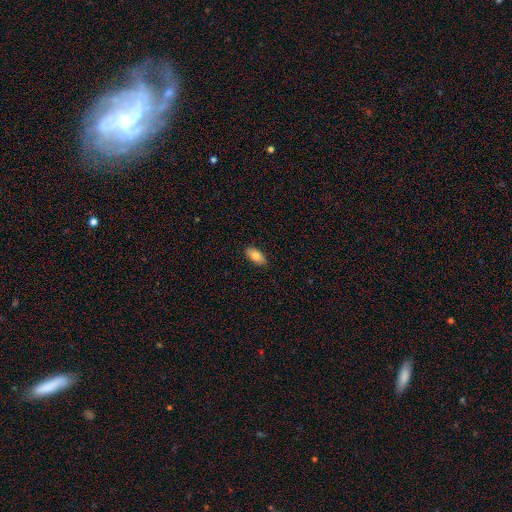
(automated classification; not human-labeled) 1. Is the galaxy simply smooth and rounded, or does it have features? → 81% smooth, 12% featured or disk, 7% star or artifact.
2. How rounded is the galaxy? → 92% in between, 4% cigar-shaped, 3% round.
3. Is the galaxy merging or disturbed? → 88% none, 9% minor disturbance, 2% major disturbance, 1% merger.